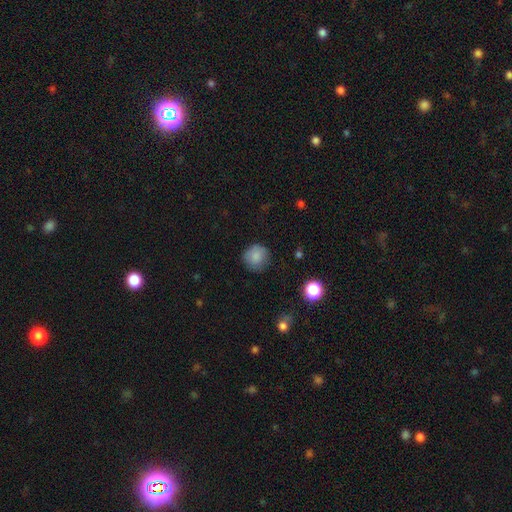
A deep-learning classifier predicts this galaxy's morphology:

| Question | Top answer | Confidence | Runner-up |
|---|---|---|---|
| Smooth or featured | smooth | 84% | star or artifact (10%) |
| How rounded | round | 91% | in between (8%) |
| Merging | none | 81% | minor disturbance (14%) |